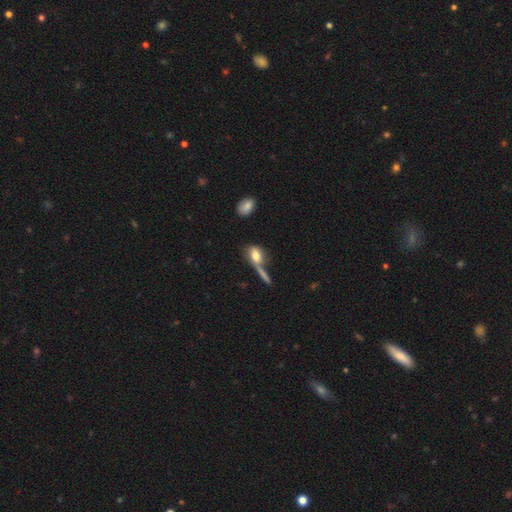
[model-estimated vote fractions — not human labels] Smooth or featured? Predicted: smooth (p=0.71). How rounded? Predicted: in between (p=0.68). Merging? Predicted: none (p=0.38).